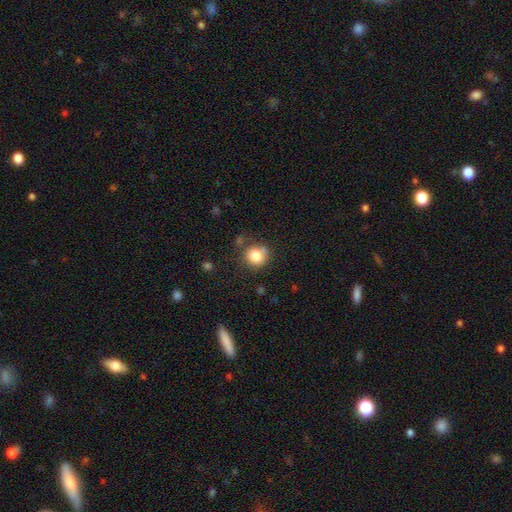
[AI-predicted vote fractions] smooth_or_featured: smooth (p=0.82) [alt: star or artifact p=0.10]
how_rounded: round (p=0.86) [alt: in between p=0.14]
merging: none (p=0.68) [alt: minor disturbance p=0.18]